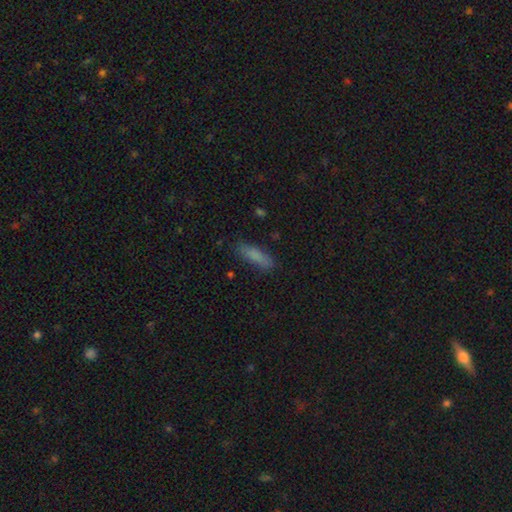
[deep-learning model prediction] A smooth galaxy with no disk features (82%) that is cigar-shaped (62%).

Vote fractions:
- Smooth or featured? smooth: 82% / featured or disk: 10% / star or artifact: 8%
- How rounded? cigar-shaped: 62% / in between: 36% / round: 2%
- Merging? none: 81% / minor disturbance: 14% / major disturbance: 3% / merger: 2%